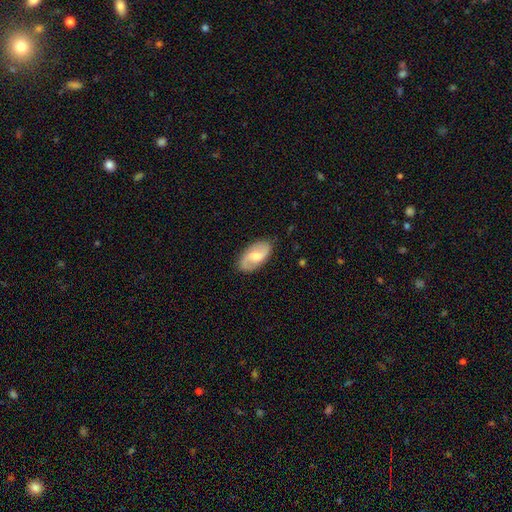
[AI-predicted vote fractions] smooth-or-featured: featured or disk: 70% | smooth: 25% | star or artifact: 5%
  disk-edge-on: no: 95% | yes: 5%
    bar: weak: 48% | no: 38% | strong: 14%
    has-spiral-arms: yes: 90% | no: 10%
      spiral-winding: medium: 41% | loose: 40% | tight: 18%
      spiral-arm-count: 2: 90% | can't tell: 5% | 1: 2% | 3: 1% | 4: 1% | more than 4: 1%
    bulge-size: moderate: 64% | small: 25% | large: 7% | none: 3% | dominant: 1%
  merging: none: 85% | minor disturbance: 11% | major disturbance: 2% | merger: 1%